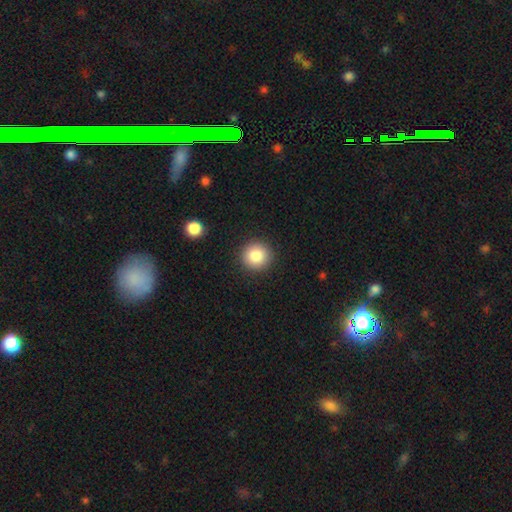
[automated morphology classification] Q: Smooth or featured?
A: smooth (85%); runner-up: star or artifact (9%)
Q: How rounded?
A: round (94%); runner-up: in between (5%)
Q: Merging?
A: none (91%); runner-up: minor disturbance (5%)